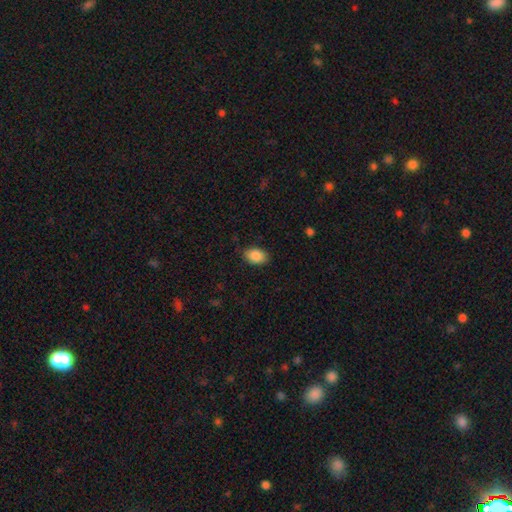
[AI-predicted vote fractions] Smooth or featured? smooth (88%)
How rounded? in between (85%)
Merging? none (86%)